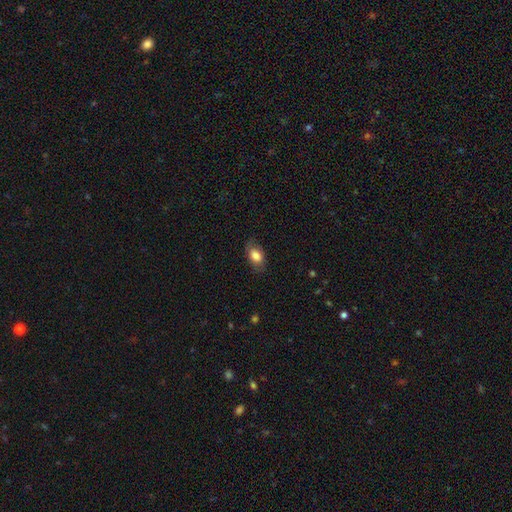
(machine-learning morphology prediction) type=smooth (78%); roundness=in between (90%); merging=none (78%).